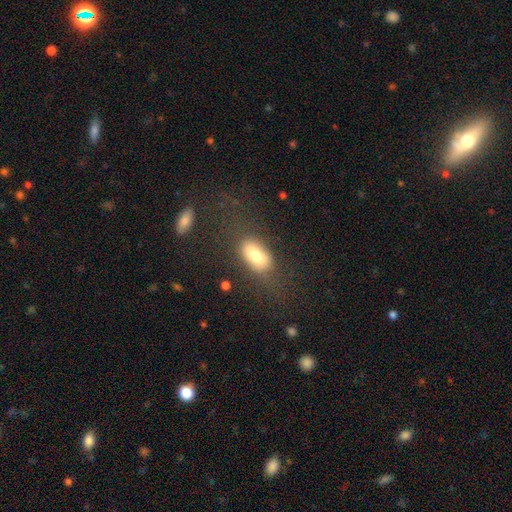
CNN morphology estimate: Overall: smooth (73%). How rounded: in between (88%). Merging: none (60%).